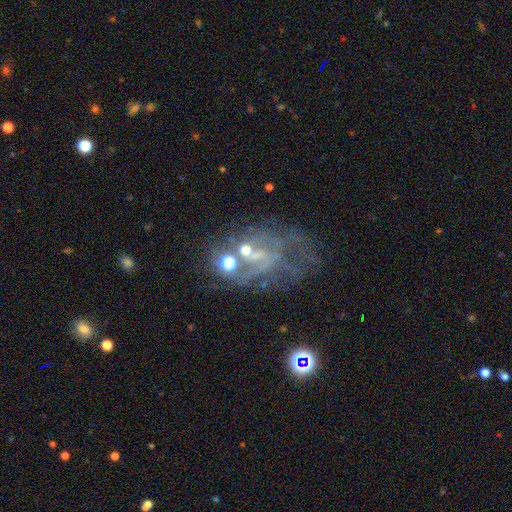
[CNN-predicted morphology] Smooth or featured? Predicted: featured or disk (p=0.60). Edge-on disk? Predicted: no (p=0.96). Bar? Predicted: no (p=0.56). Spiral arms? Predicted: yes (p=0.60). Bulge size? Predicted: small (p=0.45). Merging? Predicted: none (p=0.39).